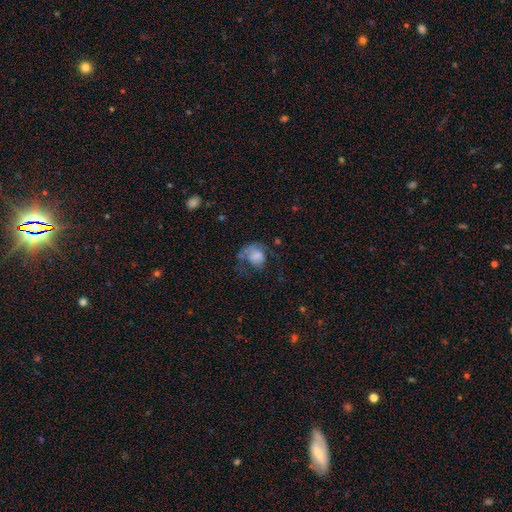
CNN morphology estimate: A smooth galaxy with no disk features (56%) that is in between round and cigar-shaped (50%).

Vote fractions:
- Smooth or featured? smooth: 56% / featured or disk: 33% / star or artifact: 11%
- How rounded? in between: 50% / round: 49% / cigar-shaped: 1%
- Merging? major disturbance: 49% / none: 25% / minor disturbance: 21% / merger: 5%